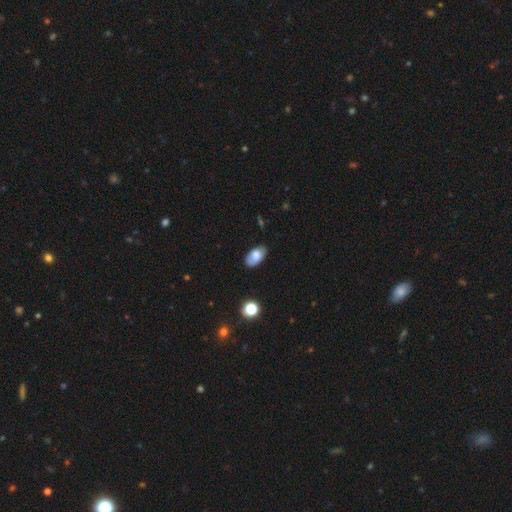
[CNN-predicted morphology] smooth-or-featured: smooth: 79% | featured or disk: 13% | star or artifact: 8%
  how-rounded: in between: 94% | round: 5% | cigar-shaped: 2%
  merging: none: 77% | minor disturbance: 18% | major disturbance: 3% | merger: 2%